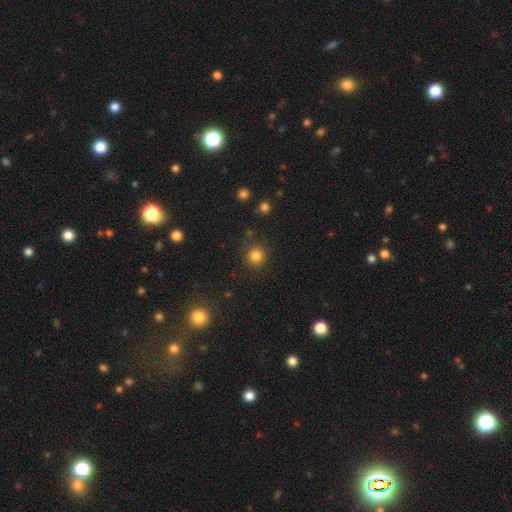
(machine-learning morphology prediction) Smooth or featured? smooth (83%)
How rounded? round (93%)
Merging? none (86%)